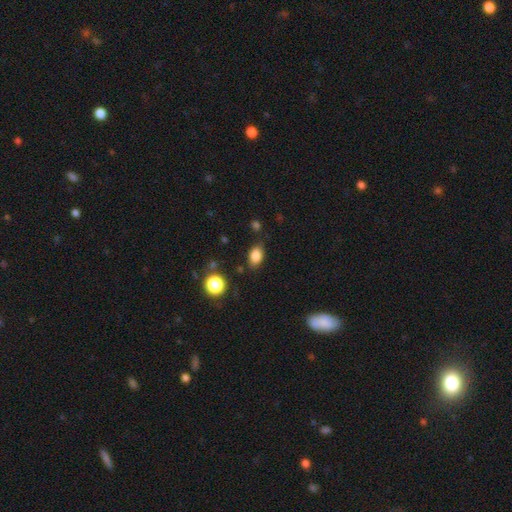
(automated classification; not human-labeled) smooth_or_featured: smooth (p=0.84) [alt: star or artifact p=0.10]
how_rounded: in between (p=0.82) [alt: round p=0.16]
merging: none (p=0.80) [alt: minor disturbance p=0.14]